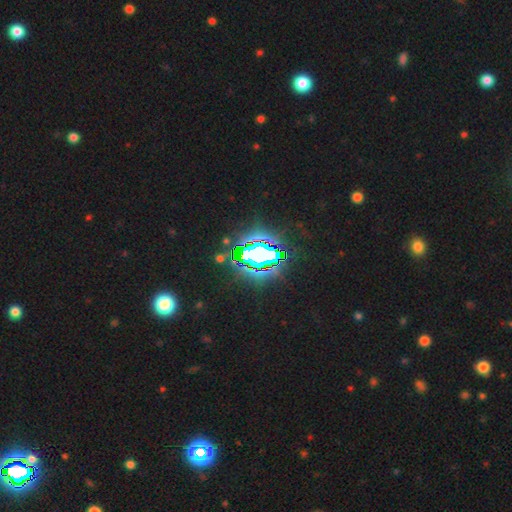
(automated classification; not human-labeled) smooth_or_featured: star or artifact (p=0.76) [alt: featured or disk p=0.12]